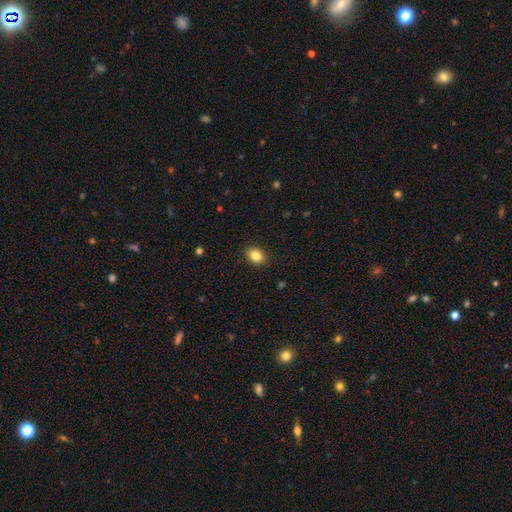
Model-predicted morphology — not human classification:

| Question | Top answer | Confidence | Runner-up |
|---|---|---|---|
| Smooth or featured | smooth | 85% | star or artifact (9%) |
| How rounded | in between | 74% | round (25%) |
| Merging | none | 89% | minor disturbance (8%) |